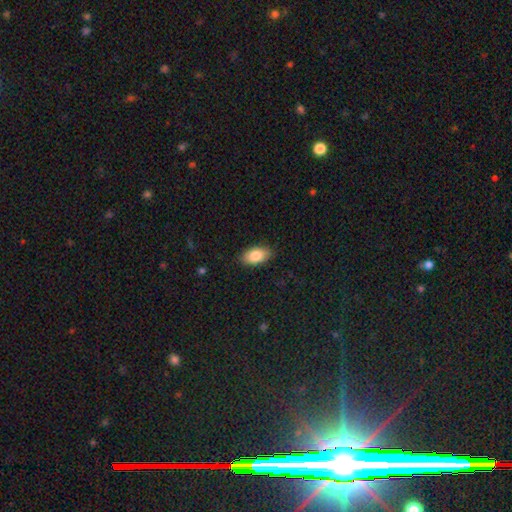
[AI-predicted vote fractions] A smooth galaxy with no disk features (84%) that is in between round and cigar-shaped (92%).

Vote fractions:
- Smooth or featured? smooth: 84% / featured or disk: 9% / star or artifact: 7%
- How rounded? in between: 92% / round: 4% / cigar-shaped: 3%
- Merging? none: 86% / minor disturbance: 10% / major disturbance: 2% / merger: 1%